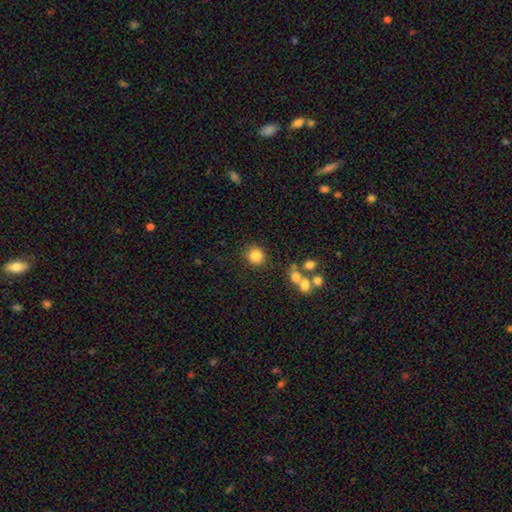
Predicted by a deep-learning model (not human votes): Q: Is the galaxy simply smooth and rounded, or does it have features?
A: smooth — 83%.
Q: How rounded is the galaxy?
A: round — 89%.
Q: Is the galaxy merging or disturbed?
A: none — 84%.